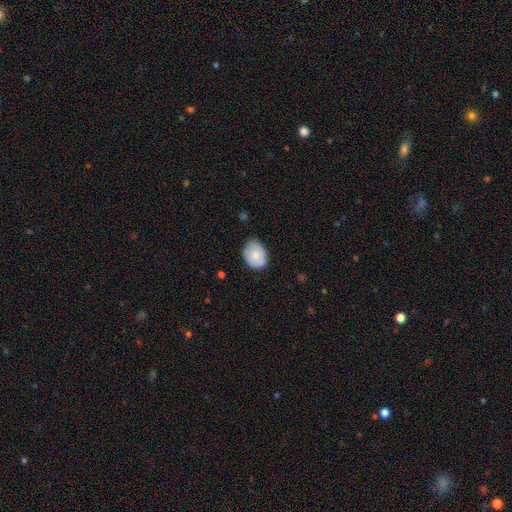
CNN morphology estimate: type=smooth (70%); roundness=in between (64%); merging=none (67%).